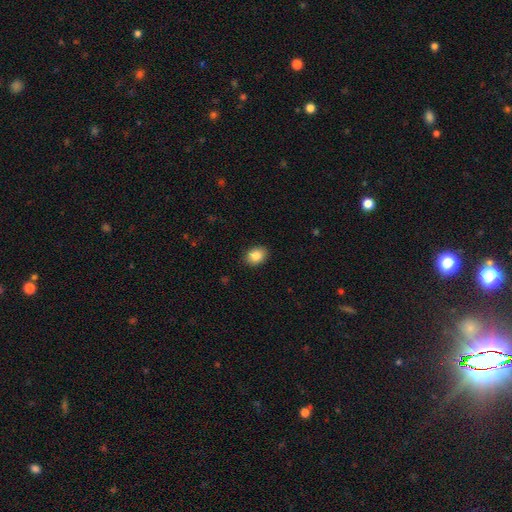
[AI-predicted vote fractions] Smooth or featured?
  - smooth: 85% *
  - star or artifact: 9%
  - featured or disk: 6%
How rounded?
  - in between: 61% *
  - round: 38%
  - cigar-shaped: 1%
Merging?
  - none: 89% *
  - minor disturbance: 8%
  - major disturbance: 2%
  - merger: 1%